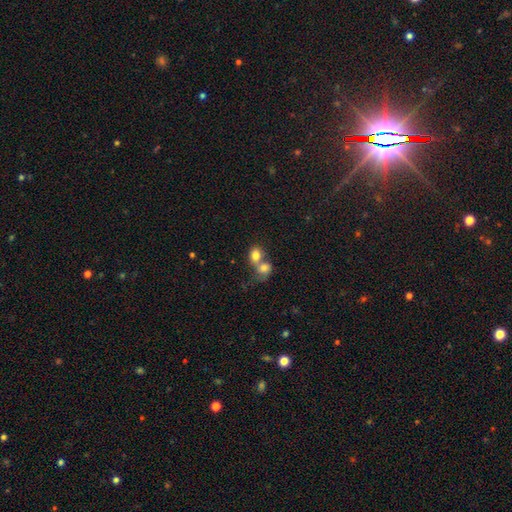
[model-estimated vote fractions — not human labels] A smooth galaxy with no disk features (78%) that is round (56%). Merging: merger (72%).